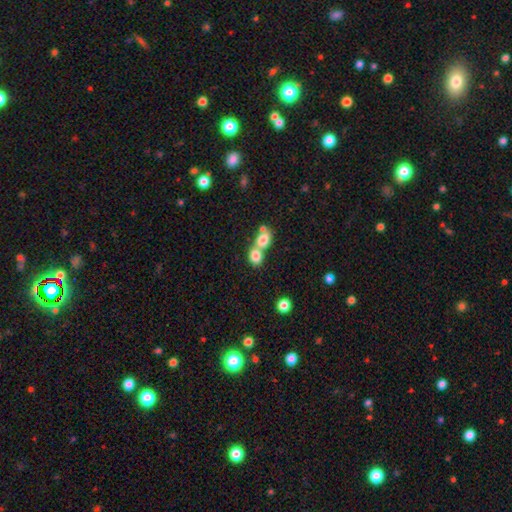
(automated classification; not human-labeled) smooth-or-featured: smooth: 79% | featured or disk: 12% | star or artifact: 9%
  how-rounded: round: 52% | in between: 46% | cigar-shaped: 2%
  merging: merger: 68% | none: 24% | minor disturbance: 6% | major disturbance: 3%